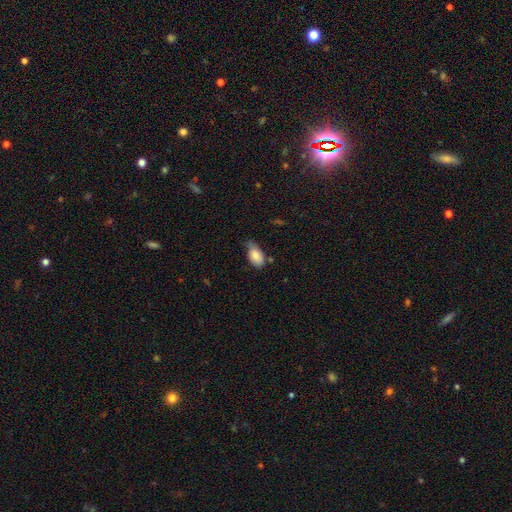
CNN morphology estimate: Overall: smooth (82%). How rounded: in between (93%). Merging: minor disturbance (44%; none 43%).